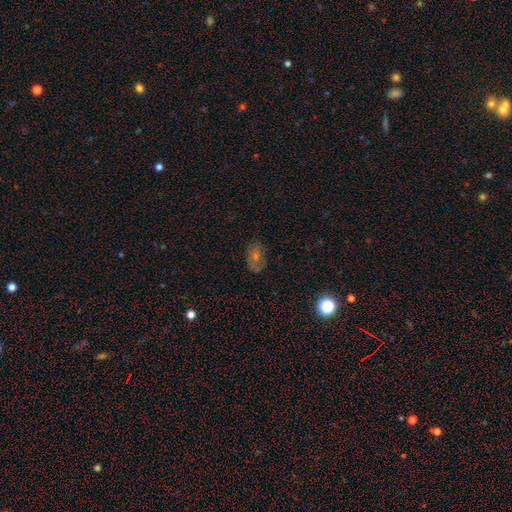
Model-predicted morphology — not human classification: A smooth galaxy with no disk features (43%).

Vote fractions:
- Smooth or featured? smooth: 43% / featured or disk: 35% / star or artifact: 22%
- Merging? none: 73% / minor disturbance: 19% / major disturbance: 7% / merger: 2%